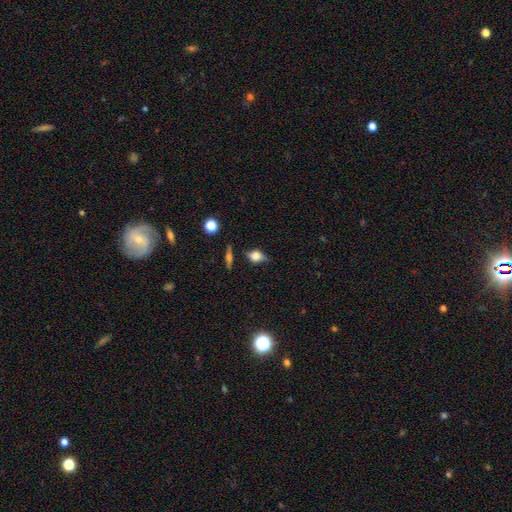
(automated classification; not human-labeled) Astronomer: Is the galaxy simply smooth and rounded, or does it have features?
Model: smooth — 52% (runner-up: featured or disk, 37%).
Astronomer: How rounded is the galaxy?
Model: in between — 57% (runner-up: round, 33%).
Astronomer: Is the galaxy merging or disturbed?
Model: none — 69%.